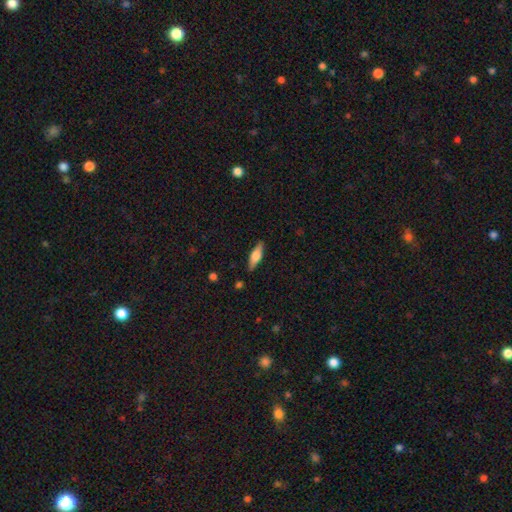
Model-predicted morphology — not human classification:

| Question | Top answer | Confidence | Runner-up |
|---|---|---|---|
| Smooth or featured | smooth | 51% | featured or disk (43%) |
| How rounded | cigar-shaped | 53% | in between (44%) |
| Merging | none | 87% | minor disturbance (9%) |